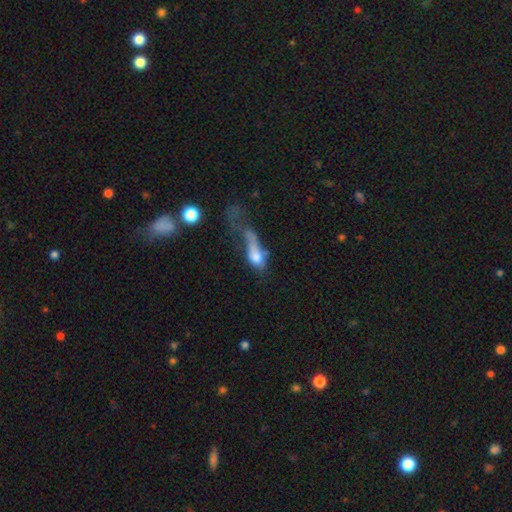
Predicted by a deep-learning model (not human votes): Smooth or featured? smooth (59%)
How rounded? in between (64%)
Merging? major disturbance (60%)